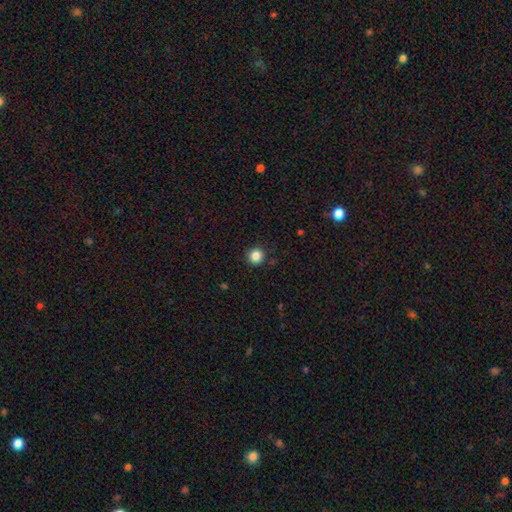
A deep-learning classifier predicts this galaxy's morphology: This is clearly a smooth galaxy (85%). How rounded: clearly round (94%). Merging: clearly none (90%).